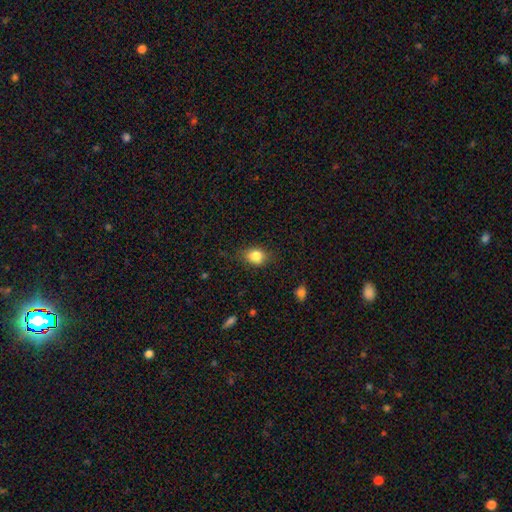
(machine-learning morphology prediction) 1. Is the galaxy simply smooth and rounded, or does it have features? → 84% smooth, 10% star or artifact, 7% featured or disk.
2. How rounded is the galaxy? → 51% in between, 48% round, 1% cigar-shaped.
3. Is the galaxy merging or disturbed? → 79% none, 16% minor disturbance, 4% major disturbance, 1% merger.